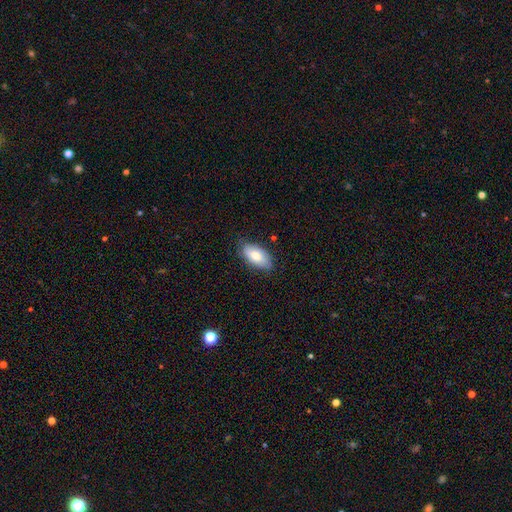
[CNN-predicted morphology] This is likely a smooth galaxy (77%). How rounded: clearly in between (93%). Merging: likely none (76%).